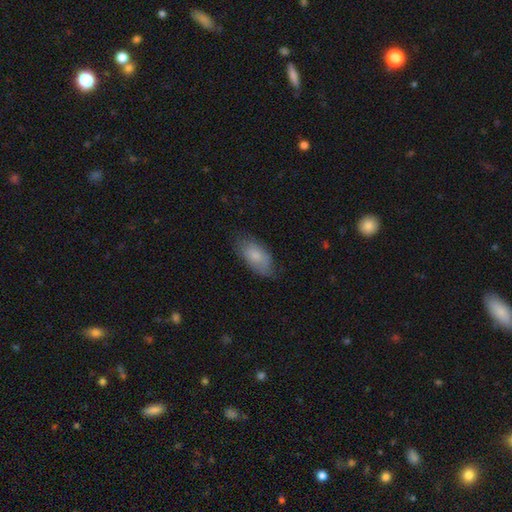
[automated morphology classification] A smooth galaxy with no disk features (76%) that is in between round and cigar-shaped (92%).

Vote fractions:
- Smooth or featured? smooth: 76% / featured or disk: 18% / star or artifact: 6%
- How rounded? in between: 92% / cigar-shaped: 5% / round: 3%
- Merging? none: 70% / minor disturbance: 23% / major disturbance: 5% / merger: 1%